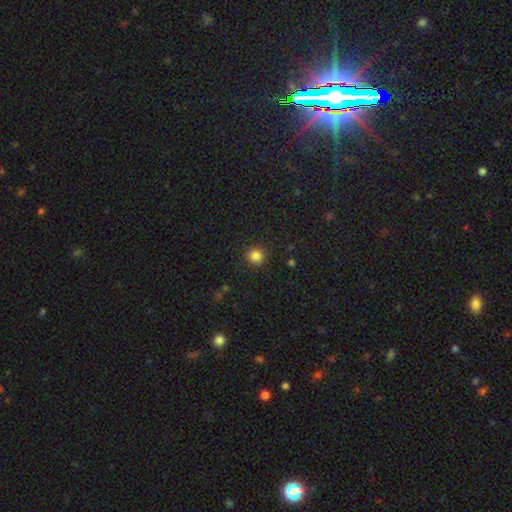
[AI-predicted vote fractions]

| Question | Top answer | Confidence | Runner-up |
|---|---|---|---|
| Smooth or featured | smooth | 84% | star or artifact (12%) |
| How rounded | round | 93% | in between (6%) |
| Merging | none | 90% | minor disturbance (6%) |